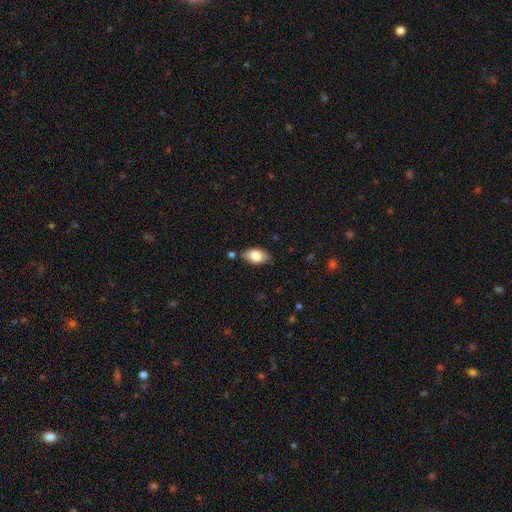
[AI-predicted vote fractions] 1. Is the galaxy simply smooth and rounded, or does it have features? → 81% smooth, 12% featured or disk, 7% star or artifact.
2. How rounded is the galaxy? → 92% in between, 5% round, 3% cigar-shaped.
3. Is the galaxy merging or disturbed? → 80% none, 14% minor disturbance, 3% merger, 3% major disturbance.